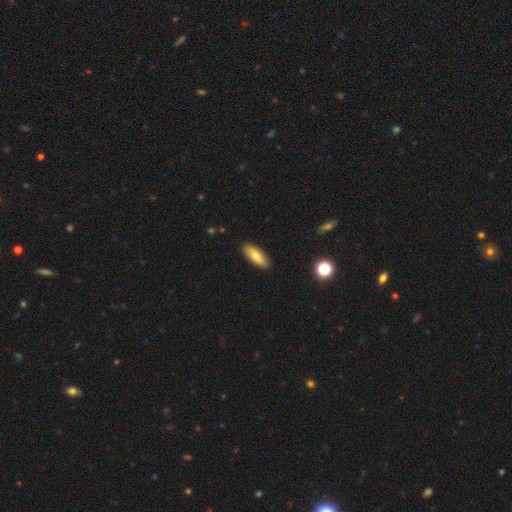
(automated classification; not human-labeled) Q: Smooth or featured?
A: smooth (66%); runner-up: featured or disk (27%)
Q: How rounded?
A: in between (72%); runner-up: cigar-shaped (25%)
Q: Merging?
A: none (89%); runner-up: minor disturbance (8%)